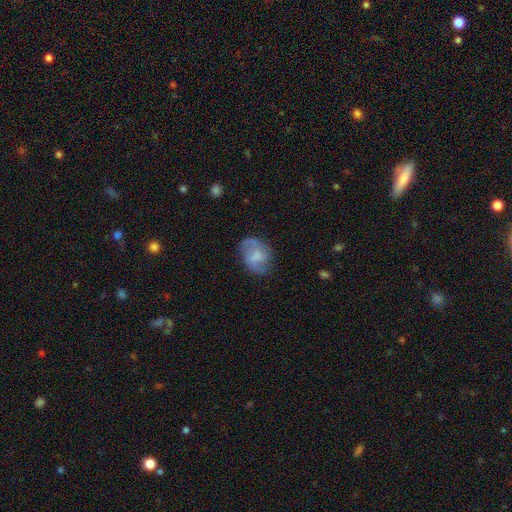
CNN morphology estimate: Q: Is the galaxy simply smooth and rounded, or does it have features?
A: featured or disk — 47%.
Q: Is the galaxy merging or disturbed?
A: none — 66%.